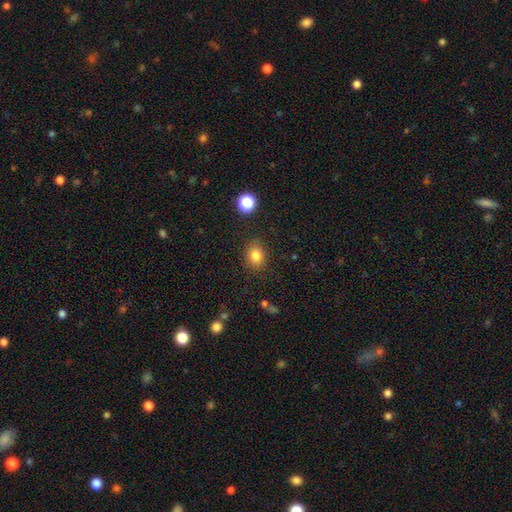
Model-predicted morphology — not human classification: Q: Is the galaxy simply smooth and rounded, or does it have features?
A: smooth — 82%.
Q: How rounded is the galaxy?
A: round — 60%.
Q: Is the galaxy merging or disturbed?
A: none — 83%.